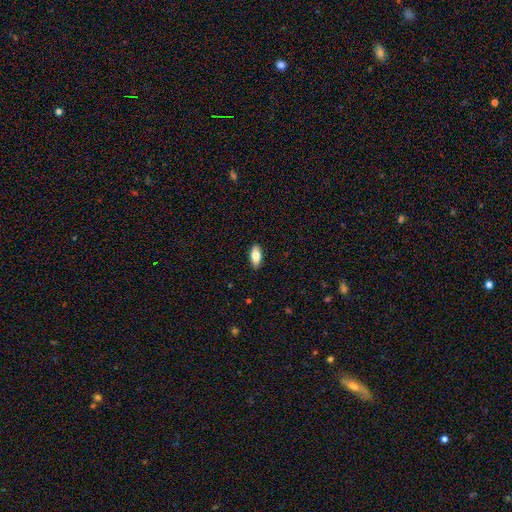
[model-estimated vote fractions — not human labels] A smooth galaxy with no disk features (79%) that is in between round and cigar-shaped (87%).

Vote fractions:
- Smooth or featured? smooth: 79% / featured or disk: 14% / star or artifact: 6%
- How rounded? in between: 87% / cigar-shaped: 10% / round: 3%
- Merging? none: 89% / minor disturbance: 8% / major disturbance: 2% / merger: 1%